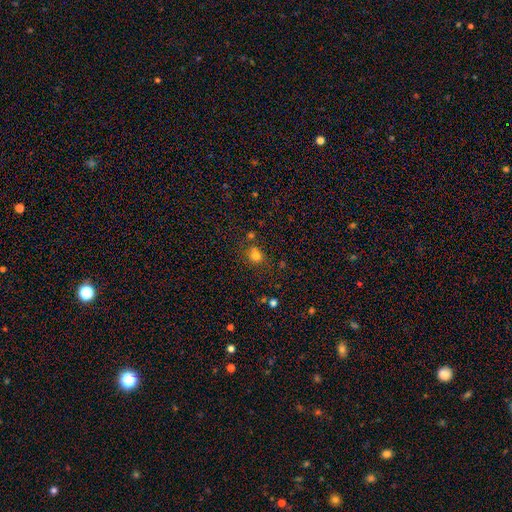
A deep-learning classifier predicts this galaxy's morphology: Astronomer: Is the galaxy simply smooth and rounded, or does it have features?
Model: smooth — 79%.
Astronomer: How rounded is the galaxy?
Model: round — 68%.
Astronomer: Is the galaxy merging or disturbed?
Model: none — 66%.